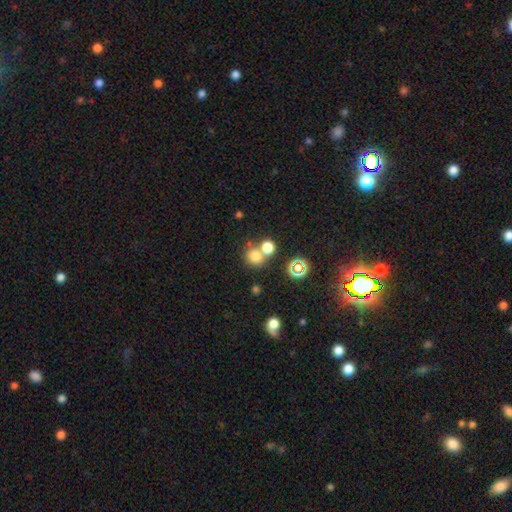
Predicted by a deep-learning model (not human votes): The model was most divided on "merging": none: 54%, merger: 34%, minor disturbance: 8%, major disturbance: 4%. More confident: how rounded — round (87%); smooth or featured — smooth (74%).